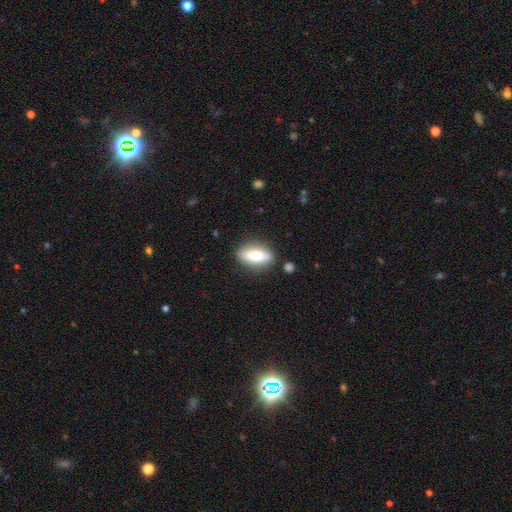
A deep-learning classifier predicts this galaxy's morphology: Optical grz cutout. It shows a smooth galaxy with no disk features (69%) that is in between round and cigar-shaped (73%). Merging: none (83%).